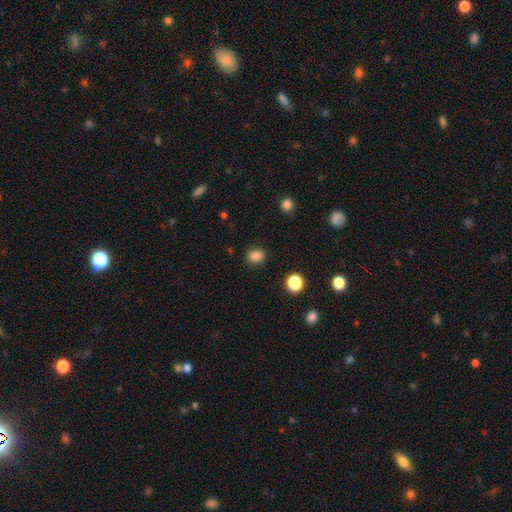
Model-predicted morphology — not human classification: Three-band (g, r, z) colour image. It shows a smooth galaxy with no disk features (84%) that is round (53%). Merging: none (87%).